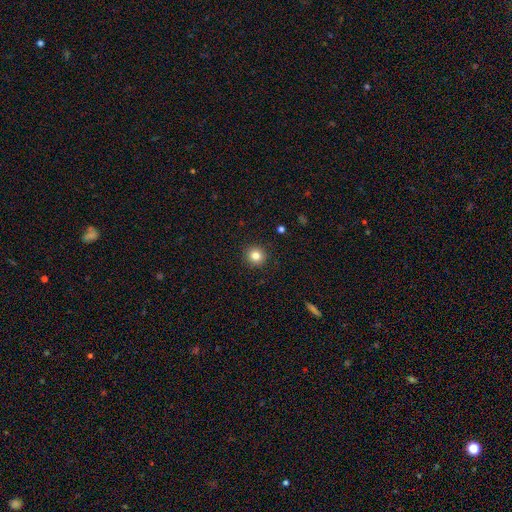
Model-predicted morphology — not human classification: smooth 82%, star or artifact 11%, featured or disk 6%. Down the decision tree: how rounded — round (93%); merging — none (92%).